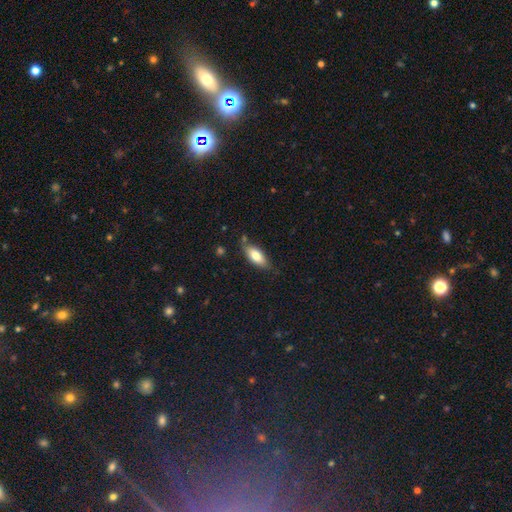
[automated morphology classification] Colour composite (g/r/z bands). It shows a smooth galaxy with no disk features (77%) that is in between round and cigar-shaped (79%). Merging: none (76%).